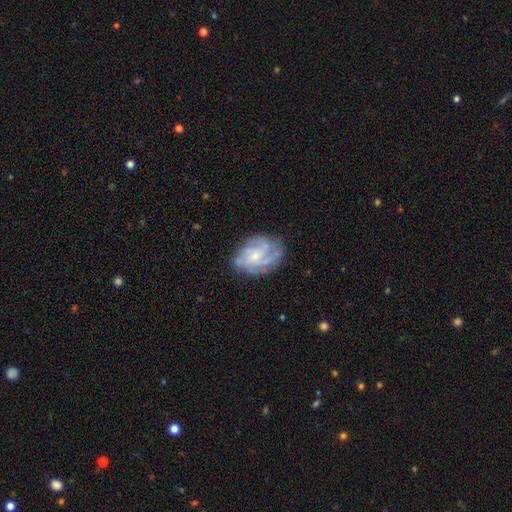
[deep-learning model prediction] The model was most divided on "spiral arm count": can't tell: 30%, 3: 28%, 4: 19%, 2: 12%, more than 4: 6%, 1: 5%. Remaining: edge-on disk — no (97%); spiral arms — yes (91%); smooth or featured — featured or disk (76%); merging — none (68%); bar — no (61%); bulge size — small (61%); spiral winding — tight (46%).